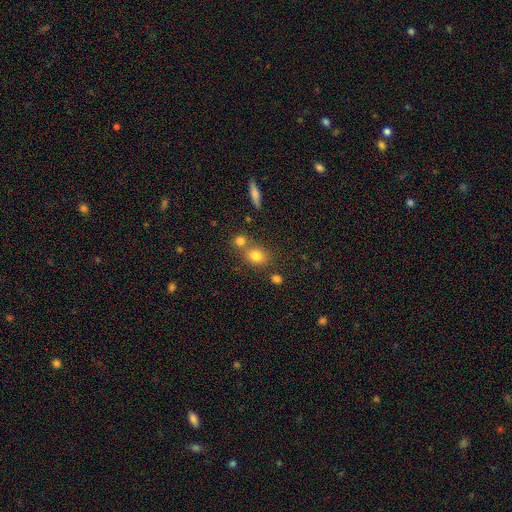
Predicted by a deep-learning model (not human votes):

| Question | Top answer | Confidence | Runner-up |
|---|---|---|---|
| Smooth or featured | smooth | 78% | star or artifact (12%) |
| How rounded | round | 54% | in between (44%) |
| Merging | none | 56% | merger (30%) |